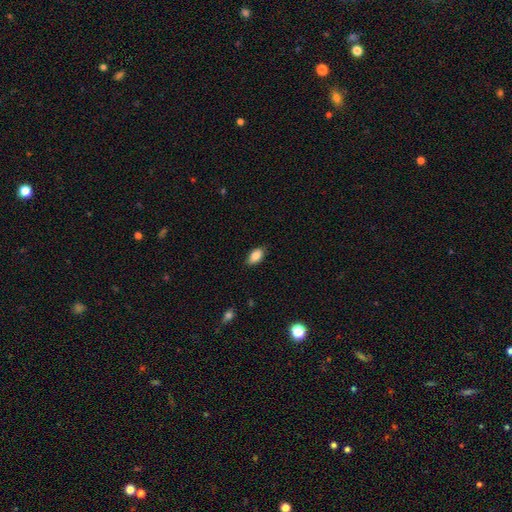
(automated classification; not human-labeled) Smooth or featured? smooth (86%)
How rounded? in between (91%)
Merging? none (83%)